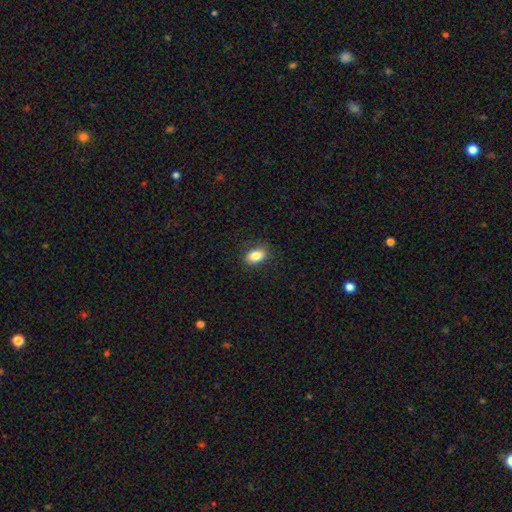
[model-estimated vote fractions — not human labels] A smooth galaxy with no disk features (84%) that is in between round and cigar-shaped (86%).

Vote fractions:
- Smooth or featured? smooth: 84% / star or artifact: 8% / featured or disk: 7%
- How rounded? in between: 86% / round: 12% / cigar-shaped: 2%
- Merging? none: 84% / minor disturbance: 12% / major disturbance: 3% / merger: 1%